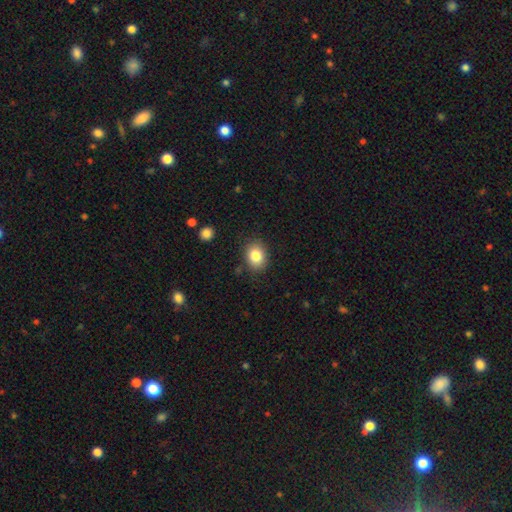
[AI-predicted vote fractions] A smooth galaxy with no disk features (83%) that is in between round and cigar-shaped (54%).

Vote fractions:
- Smooth or featured? smooth: 83% / star or artifact: 10% / featured or disk: 8%
- How rounded? in between: 54% / round: 45% / cigar-shaped: 1%
- Merging? none: 85% / minor disturbance: 10% / major disturbance: 3% / merger: 2%